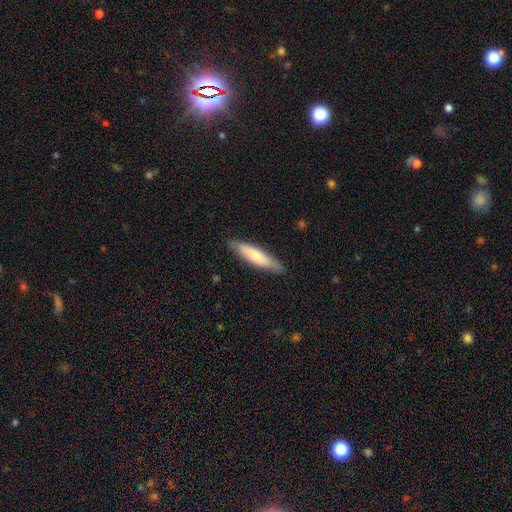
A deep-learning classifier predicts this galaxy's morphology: This is likely a smooth galaxy (68%). How rounded: likely cigar-shaped (76%). Merging: clearly none (84%).